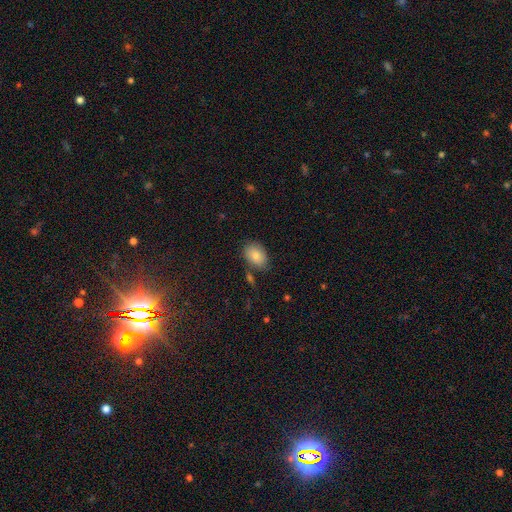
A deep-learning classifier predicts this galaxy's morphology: Q: Smooth or featured?
A: smooth (84%); runner-up: featured or disk (9%)
Q: How rounded?
A: in between (83%); runner-up: round (16%)
Q: Merging?
A: none (77%); runner-up: minor disturbance (14%)